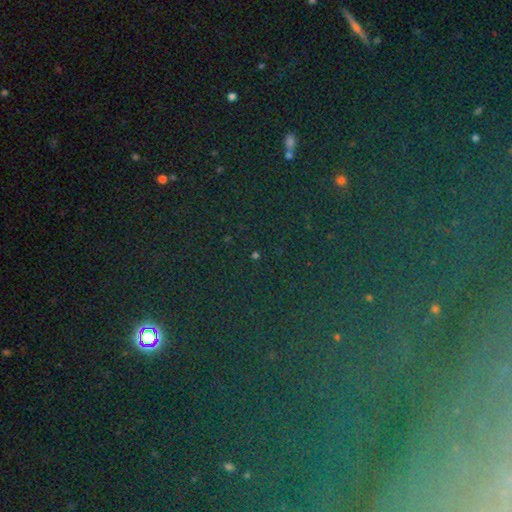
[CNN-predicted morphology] Smooth or featured: star or artifact — 80% (smooth — 12%)